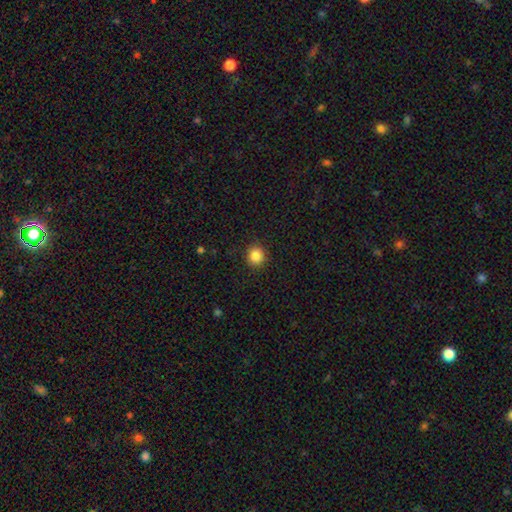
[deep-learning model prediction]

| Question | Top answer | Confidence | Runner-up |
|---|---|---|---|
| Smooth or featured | smooth | 86% | star or artifact (10%) |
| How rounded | round | 90% | in between (9%) |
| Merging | none | 90% | minor disturbance (7%) |